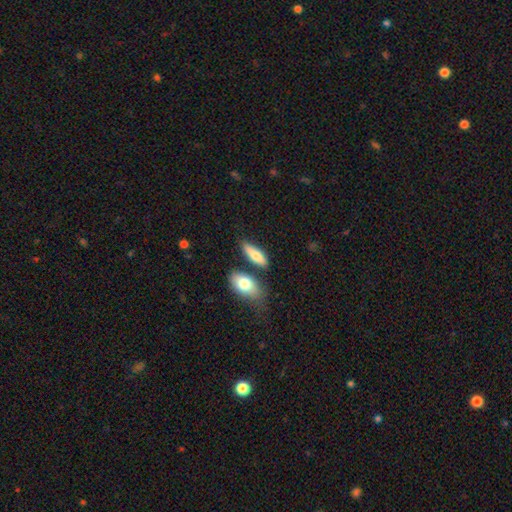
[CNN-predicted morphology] This is likely a smooth galaxy (76%). How rounded: likely in between (67%). Merging: likely none (66%).